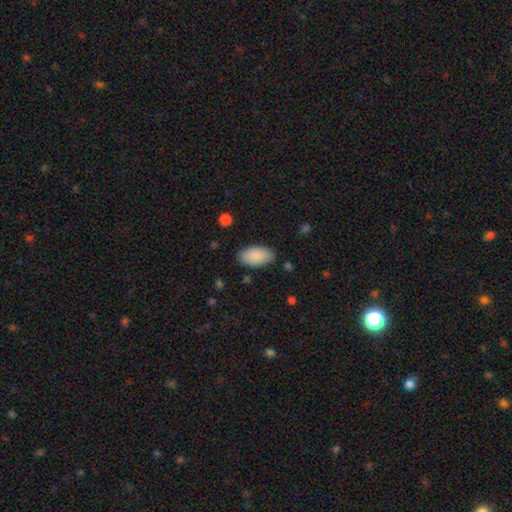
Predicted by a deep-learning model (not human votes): This is clearly a smooth galaxy (89%). How rounded: clearly in between (95%). Merging: clearly none (83%).